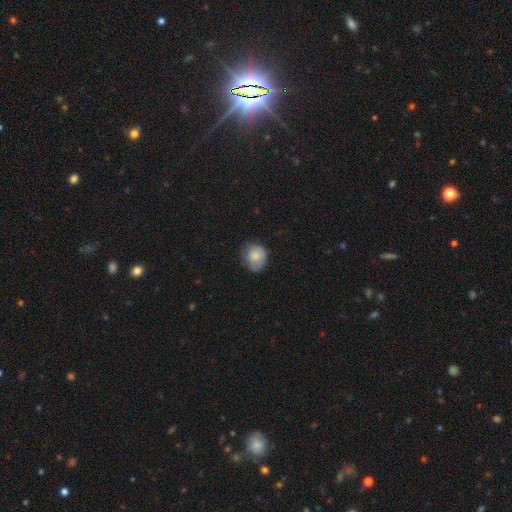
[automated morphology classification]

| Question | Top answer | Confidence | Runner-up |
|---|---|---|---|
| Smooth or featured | smooth | 80% | featured or disk (12%) |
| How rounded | round | 68% | in between (31%) |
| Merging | none | 61% | minor disturbance (30%) |